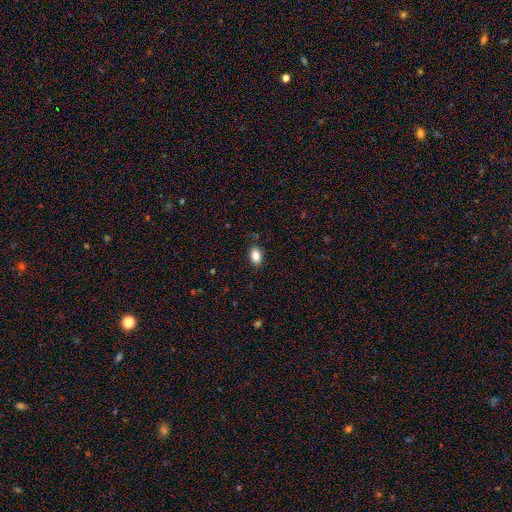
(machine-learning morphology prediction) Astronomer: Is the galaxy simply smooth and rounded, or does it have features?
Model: smooth — 86%.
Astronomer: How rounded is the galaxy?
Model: in between — 88%.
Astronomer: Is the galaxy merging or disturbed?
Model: none — 85%.